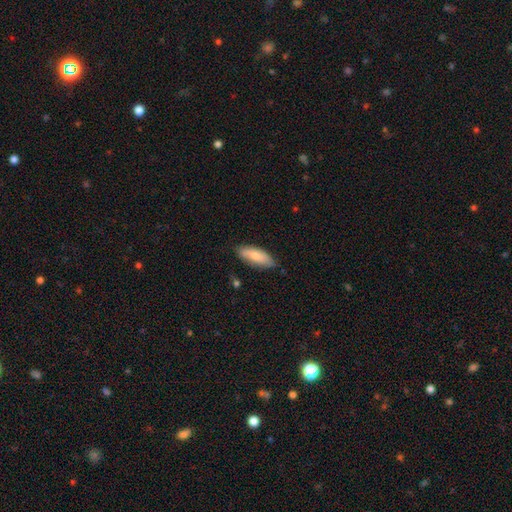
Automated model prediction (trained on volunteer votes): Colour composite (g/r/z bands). It shows a smooth galaxy with no disk features (75%) that is in between round and cigar-shaped (72%). Merging: none (71%).